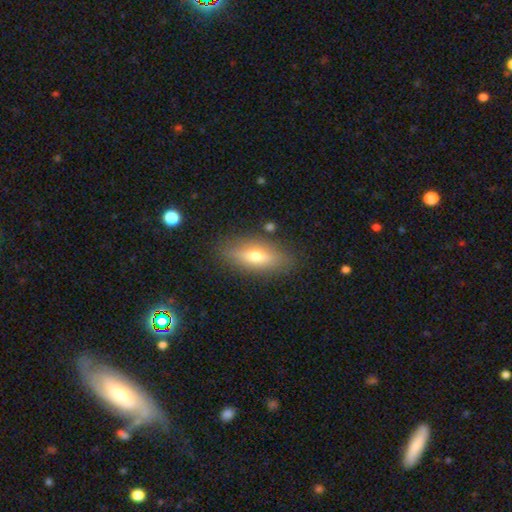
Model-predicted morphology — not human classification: smooth_or_featured: smooth (p=0.57) [alt: featured or disk p=0.35]
how_rounded: in between (p=0.62) [alt: cigar-shaped p=0.34]
merging: none (p=0.84) [alt: minor disturbance p=0.11]